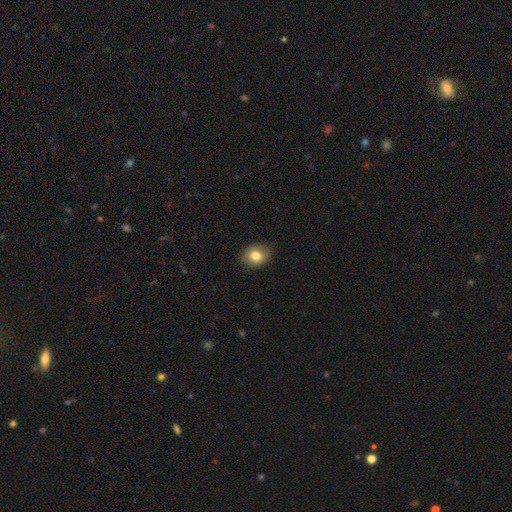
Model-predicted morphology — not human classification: Smooth or featured?
  - smooth: 82% *
  - featured or disk: 10%
  - star or artifact: 9%
How rounded?
  - in between: 55% *
  - round: 44%
  - cigar-shaped: 1%
Merging?
  - none: 87% *
  - minor disturbance: 10%
  - major disturbance: 2%
  - merger: 1%